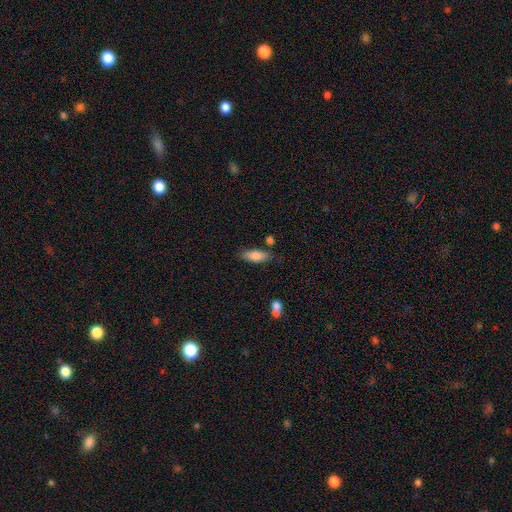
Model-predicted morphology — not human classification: A smooth galaxy with no disk features (83%) that is in between round and cigar-shaped (74%).

Vote fractions:
- Smooth or featured? smooth: 83% / featured or disk: 11% / star or artifact: 6%
- How rounded? in between: 74% / cigar-shaped: 24% / round: 2%
- Merging? none: 74% / minor disturbance: 16% / merger: 6% / major disturbance: 4%